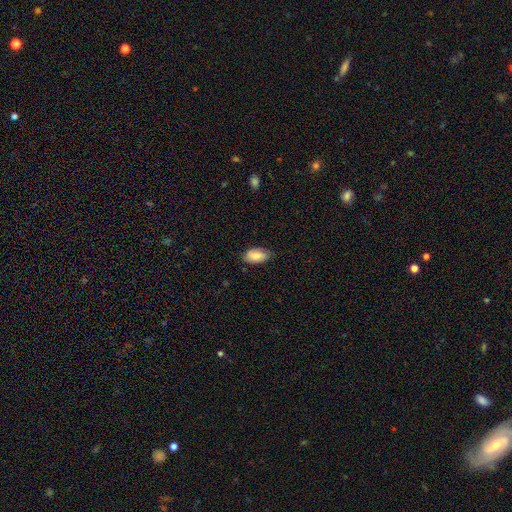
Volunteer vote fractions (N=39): Smooth or featured? smooth (74%)
How rounded? in between (100%)
Merging? none (75%)